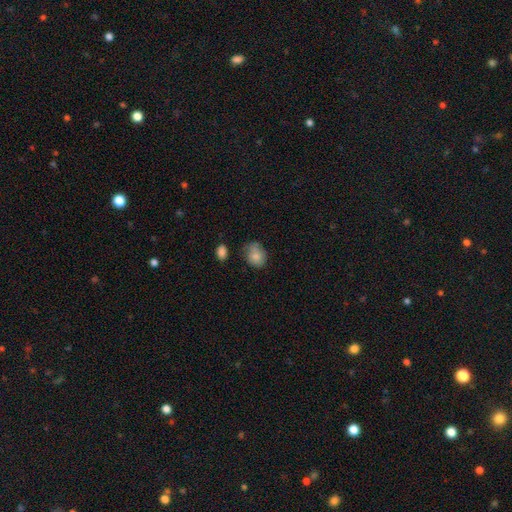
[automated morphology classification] smooth_or_featured: smooth (p=0.82) [alt: featured or disk p=0.10]
how_rounded: in between (p=0.54) [alt: round p=0.45]
merging: none (p=0.57) [alt: minor disturbance p=0.31]